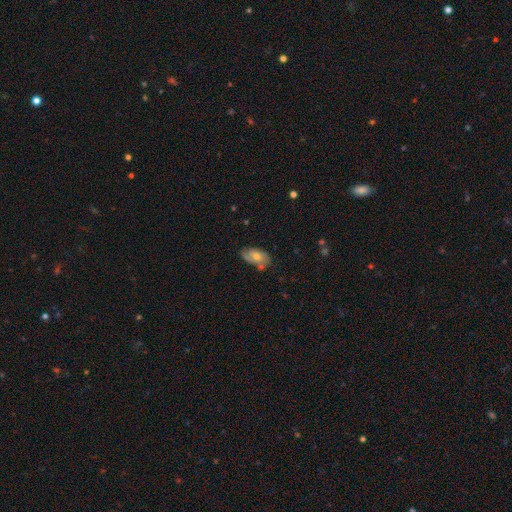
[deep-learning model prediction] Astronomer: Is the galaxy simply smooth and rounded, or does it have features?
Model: featured or disk — 52% (runner-up: smooth, 39%).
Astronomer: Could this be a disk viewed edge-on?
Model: no — 92%.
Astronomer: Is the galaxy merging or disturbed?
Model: none — 65%.